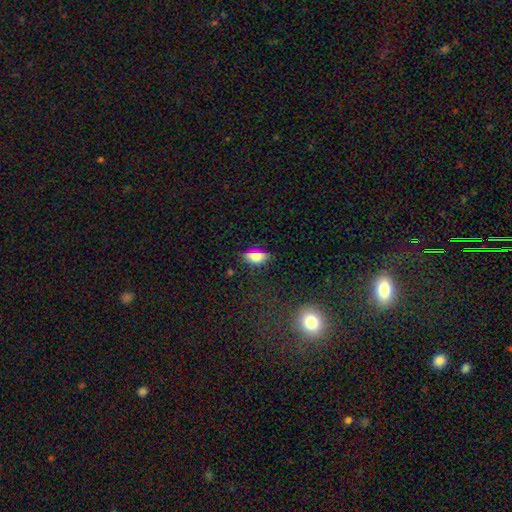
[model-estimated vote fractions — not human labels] Q: Smooth or featured?
A: smooth (73%); runner-up: featured or disk (14%)
Q: How rounded?
A: in between (84%); runner-up: cigar-shaped (9%)
Q: Merging?
A: none (80%); runner-up: minor disturbance (14%)